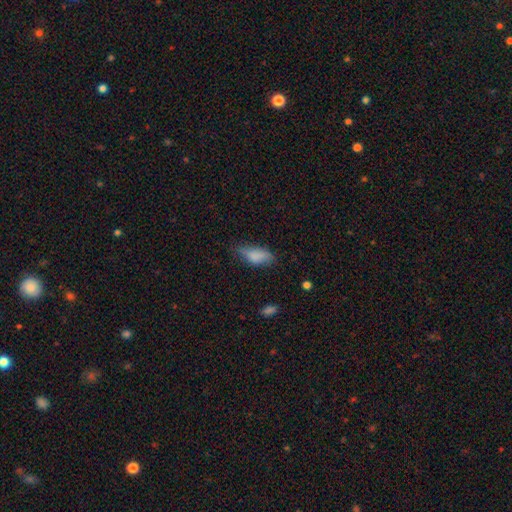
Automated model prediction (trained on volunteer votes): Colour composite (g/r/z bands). It shows a smooth galaxy with no disk features (79%) that is in between round and cigar-shaped (83%). Merging: none (49%).